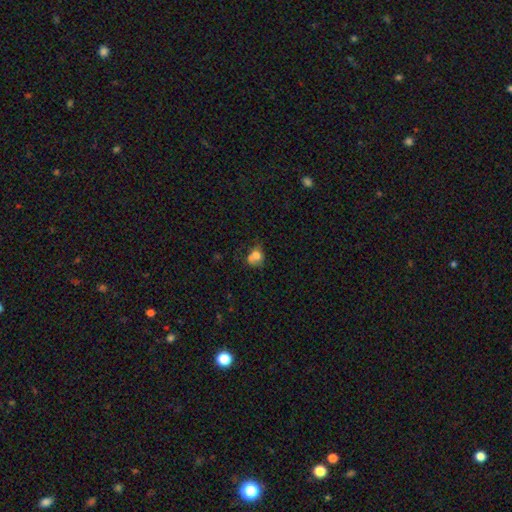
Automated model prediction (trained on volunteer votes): Q: Smooth or featured?
A: smooth (72%); runner-up: featured or disk (16%)
Q: How rounded?
A: round (59%); runner-up: in between (40%)
Q: Merging?
A: none (34%); runner-up: merger (29%)